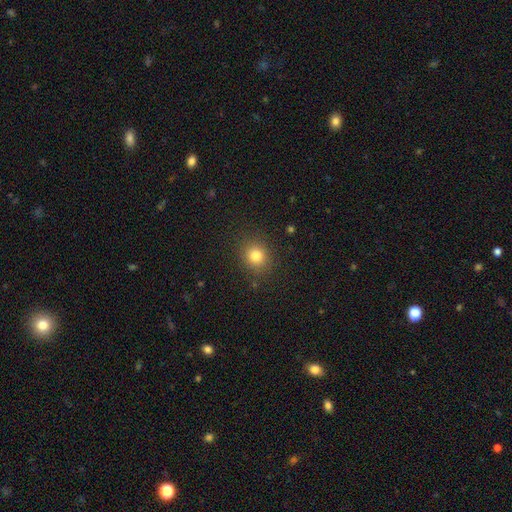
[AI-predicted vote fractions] smooth-or-featured: smooth: 82% | star or artifact: 12% | featured or disk: 6%
  how-rounded: round: 80% | in between: 19% | cigar-shaped: 1%
  merging: none: 85% | minor disturbance: 10% | major disturbance: 4% | merger: 1%